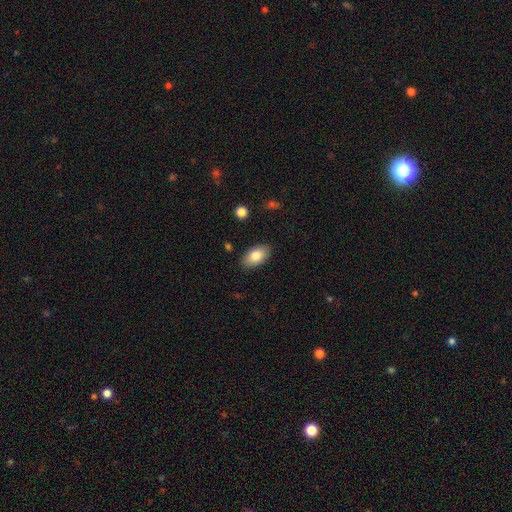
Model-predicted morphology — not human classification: Overall: smooth (81%). How rounded: in between (94%). Merging: none (87%).